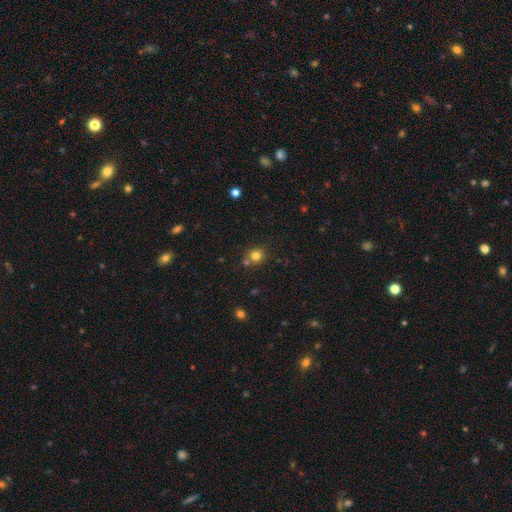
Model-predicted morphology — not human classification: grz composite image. It shows a smooth galaxy with no disk features (78%) that is round (87%). Merging: none (71%).